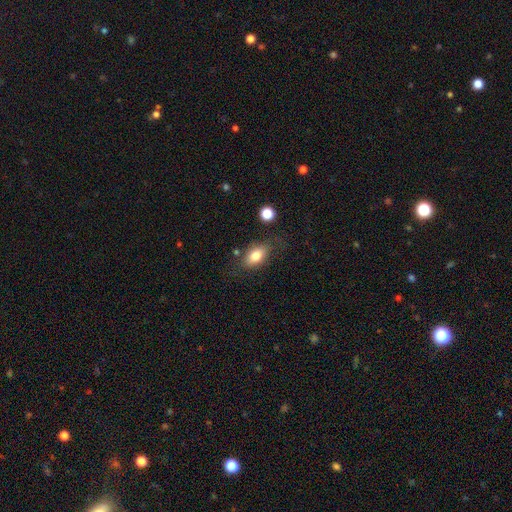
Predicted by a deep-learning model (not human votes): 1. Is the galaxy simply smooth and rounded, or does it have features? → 79% smooth, 13% featured or disk, 8% star or artifact.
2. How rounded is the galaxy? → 87% in between, 10% round, 4% cigar-shaped.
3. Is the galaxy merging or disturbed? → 70% none, 19% minor disturbance, 7% major disturbance, 4% merger.